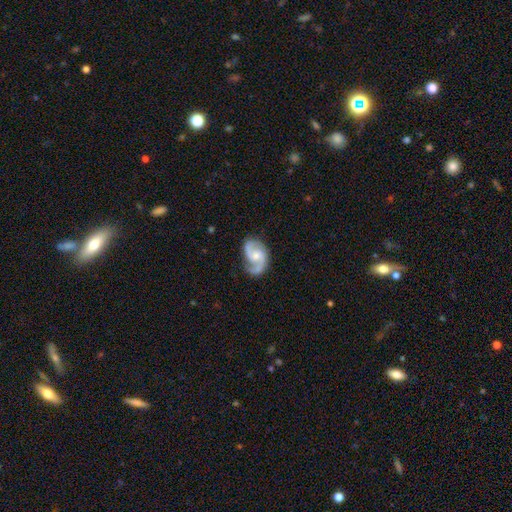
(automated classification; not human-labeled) smooth-or-featured: featured or disk: 88% | smooth: 7% | star or artifact: 4%
  disk-edge-on: no: 98% | yes: 2%
    bar: no: 51% | weak: 41% | strong: 7%
    has-spiral-arms: yes: 97% | no: 3%
      spiral-winding: medium: 56% | loose: 27% | tight: 17%
      spiral-arm-count: 2: 89% | 1: 5% | can't tell: 2% | 3: 1% | 4: 1% | more than 4: 1%
    bulge-size: moderate: 46% | small: 44% | none: 6% | large: 3% | dominant: 1%
  merging: none: 71% | minor disturbance: 19% | major disturbance: 8% | merger: 2%